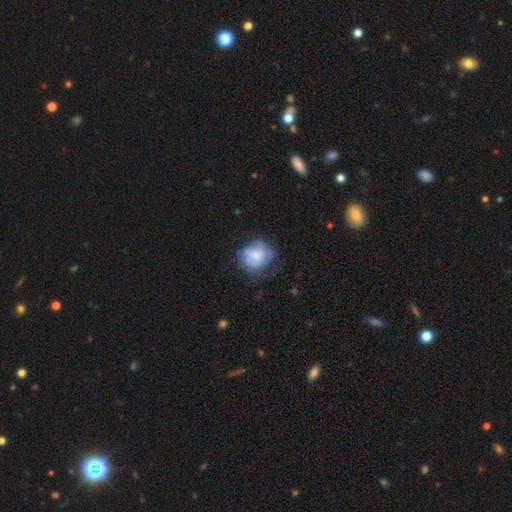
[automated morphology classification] Smooth or featured?
  - smooth: 54% *
  - featured or disk: 38%
  - star or artifact: 8%
How rounded?
  - round: 70% *
  - in between: 29%
  - cigar-shaped: 1%
Merging?
  - none: 56% *
  - minor disturbance: 27%
  - major disturbance: 15%
  - merger: 2%